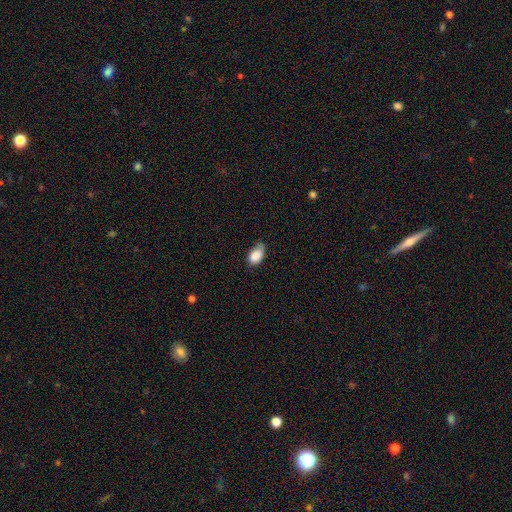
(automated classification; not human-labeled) Smooth or featured?
  - smooth: 87% *
  - star or artifact: 7%
  - featured or disk: 6%
How rounded?
  - in between: 91% *
  - round: 8%
  - cigar-shaped: 2%
Merging?
  - none: 53% *
  - minor disturbance: 38%
  - major disturbance: 8%
  - merger: 2%